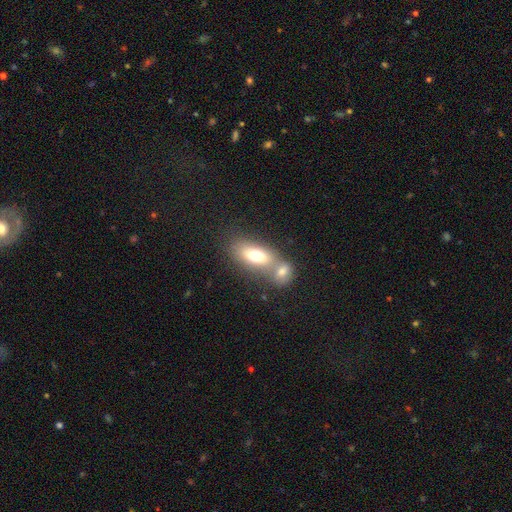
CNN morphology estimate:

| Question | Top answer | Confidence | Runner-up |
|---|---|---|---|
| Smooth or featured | smooth | 70% | featured or disk (22%) |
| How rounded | in between | 82% | cigar-shaped (11%) |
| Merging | merger | 52% | none (34%) |